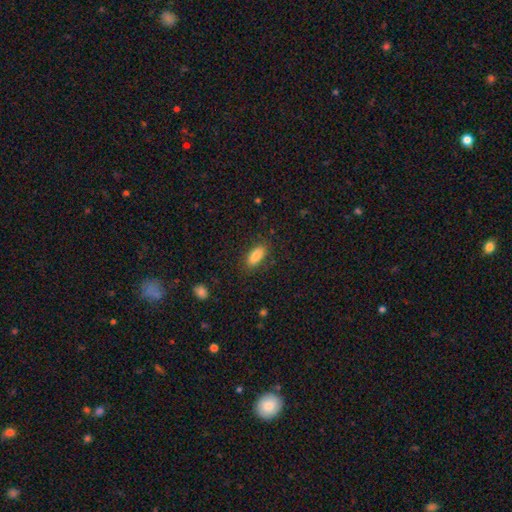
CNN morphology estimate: A smooth galaxy with no disk features (86%) that is in between round and cigar-shaped (83%).

Vote fractions:
- Smooth or featured? smooth: 86% / star or artifact: 8% / featured or disk: 7%
- How rounded? in between: 83% / cigar-shaped: 14% / round: 3%
- Merging? none: 84% / minor disturbance: 11% / major disturbance: 4% / merger: 1%